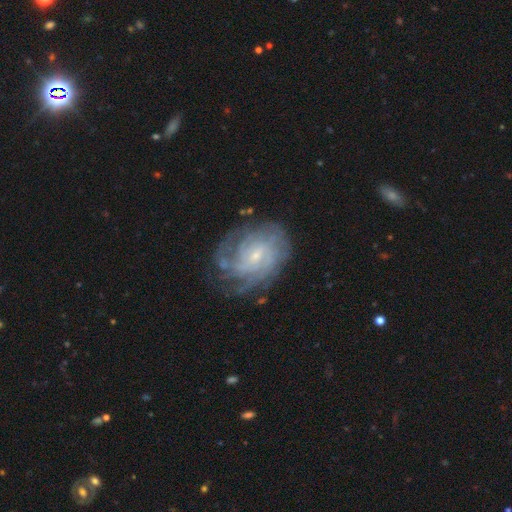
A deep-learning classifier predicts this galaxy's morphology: type=featured or disk (83%); edge-on=no (97%); bar=no (54%); spiral arms=yes (94%); winding=tight (65%); arm count=can't tell (39%); bulge=small (76%); merging=none (69%).